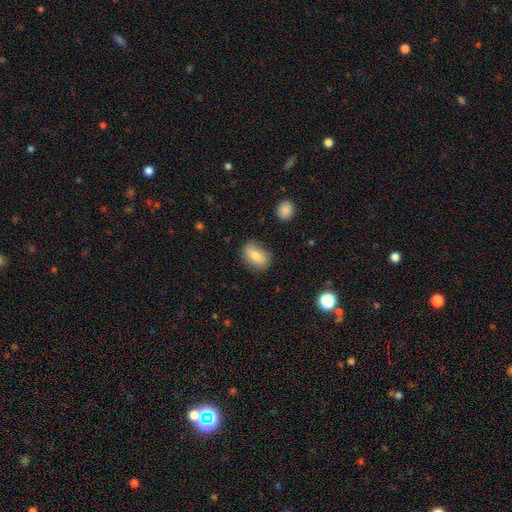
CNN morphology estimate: smooth 76%, featured or disk 16%, star or artifact 8%. Down the decision tree: how rounded — in between (83%); merging — none (77%).